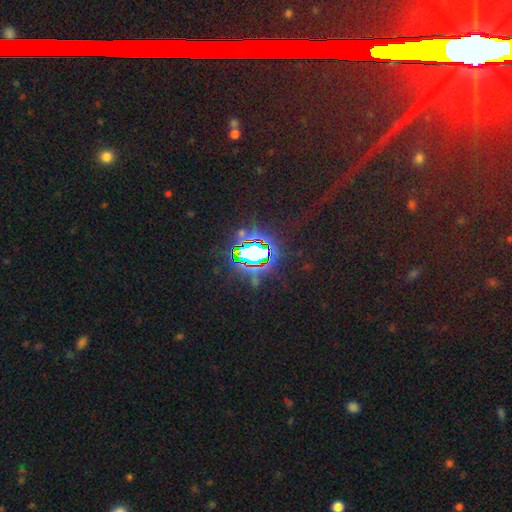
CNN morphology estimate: Smooth or featured? star or artifact (77%)